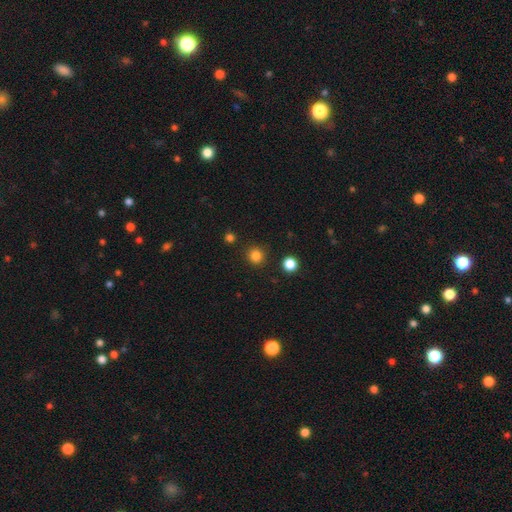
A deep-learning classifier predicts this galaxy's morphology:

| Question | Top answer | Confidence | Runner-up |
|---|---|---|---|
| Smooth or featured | smooth | 82% | star or artifact (14%) |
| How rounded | round | 93% | in between (6%) |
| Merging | none | 90% | minor disturbance (6%) |